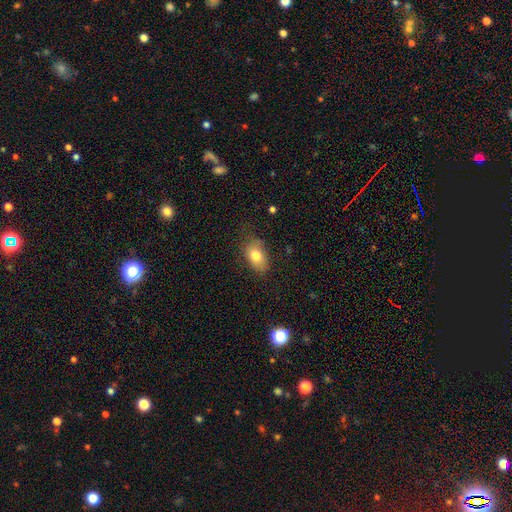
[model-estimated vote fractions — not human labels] Q: Smooth or featured?
A: smooth (78%); runner-up: featured or disk (13%)
Q: How rounded?
A: in between (87%); runner-up: round (11%)
Q: Merging?
A: none (65%); runner-up: minor disturbance (25%)